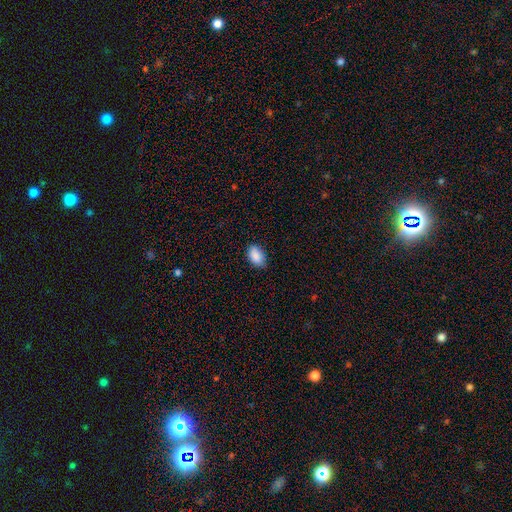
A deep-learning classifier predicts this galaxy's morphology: This appears to be a smooth galaxy with no disk features (89%) that is in between round and cigar-shaped (90%). Merging: none (82%).